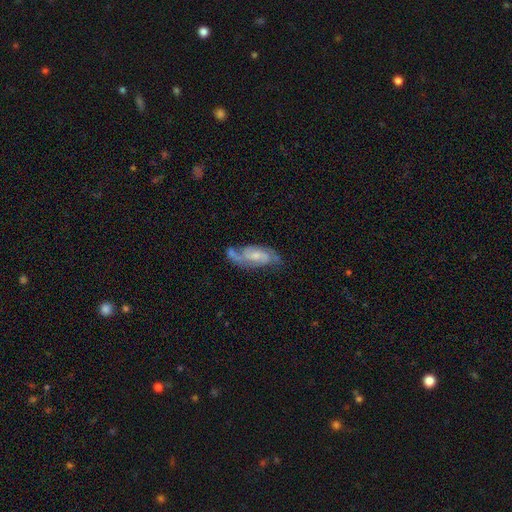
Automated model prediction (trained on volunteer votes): Overall: featured or disk (79%). Edge-on disk: no (93%). Bar: no (47%; weak 43%). Spiral arms: yes (94%). Spiral arm count: 2 (78%). Spiral winding: medium (48%; tight 27%). Bulge size: small (52%; moderate 37%). Merging: none (55%; minor disturbance 23%).